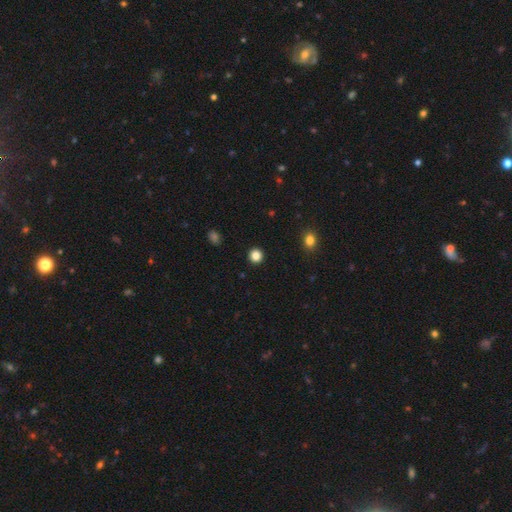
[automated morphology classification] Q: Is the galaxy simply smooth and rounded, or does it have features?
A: smooth — 85%.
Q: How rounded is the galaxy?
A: round — 92%.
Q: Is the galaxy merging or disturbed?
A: none — 93%.